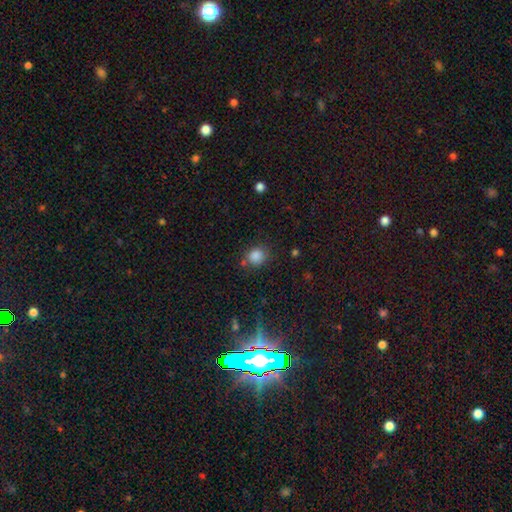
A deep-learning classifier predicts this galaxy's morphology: Q: Smooth or featured?
A: smooth (85%); runner-up: star or artifact (11%)
Q: How rounded?
A: round (80%); runner-up: in between (19%)
Q: Merging?
A: none (74%); runner-up: minor disturbance (15%)